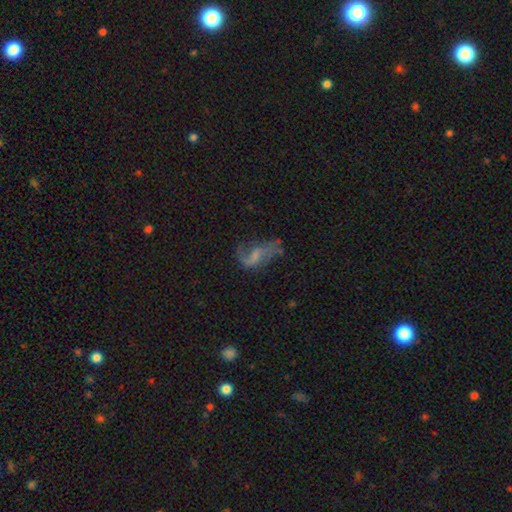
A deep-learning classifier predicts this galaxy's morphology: smooth-or-featured: featured or disk: 68% | smooth: 22% | star or artifact: 10%
  disk-edge-on: no: 96% | yes: 4%
    bar: weak: 45% | no: 40% | strong: 15%
    has-spiral-arms: yes: 82% | no: 18%
      spiral-winding: loose: 79% | medium: 17% | tight: 4%
      spiral-arm-count: 2: 73% | 1: 17% | can't tell: 6% | 3: 1% | 4: 1% | more than 4: 1%
    bulge-size: none: 43% | small: 33% | moderate: 19% | large: 4% | dominant: 1%
  merging: none: 41% | major disturbance: 31% | minor disturbance: 22% | merger: 6%